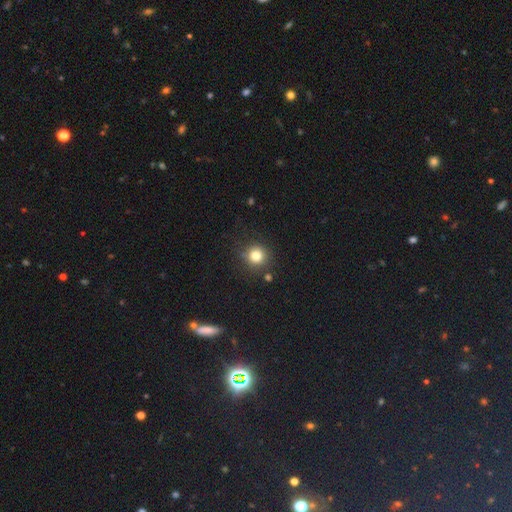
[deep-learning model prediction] smooth 80%, star or artifact 13%, featured or disk 7%. Down the decision tree: how rounded — round (93%); merging — none (83%).